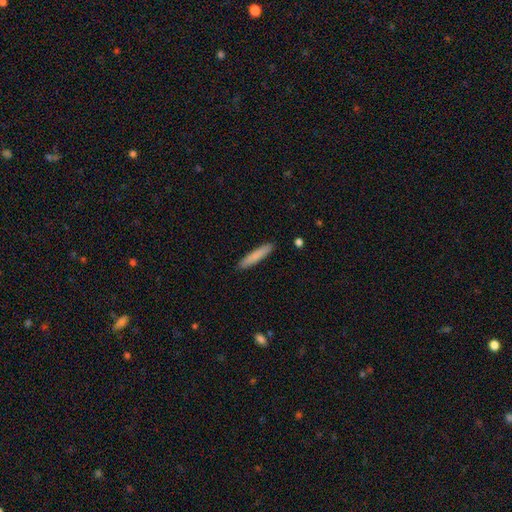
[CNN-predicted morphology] Smooth or featured? smooth (82%)
How rounded? cigar-shaped (92%)
Merging? none (91%)